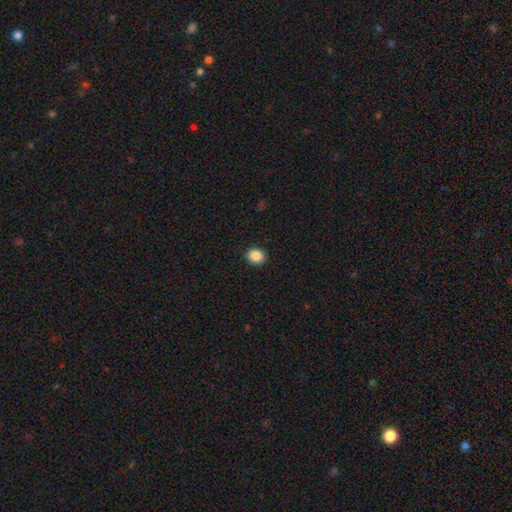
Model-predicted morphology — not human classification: smooth-or-featured: smooth: 88% | star or artifact: 9% | featured or disk: 3%
  how-rounded: round: 66% | in between: 33% | cigar-shaped: 1%
  merging: none: 91% | minor disturbance: 6% | major disturbance: 2% | merger: 1%